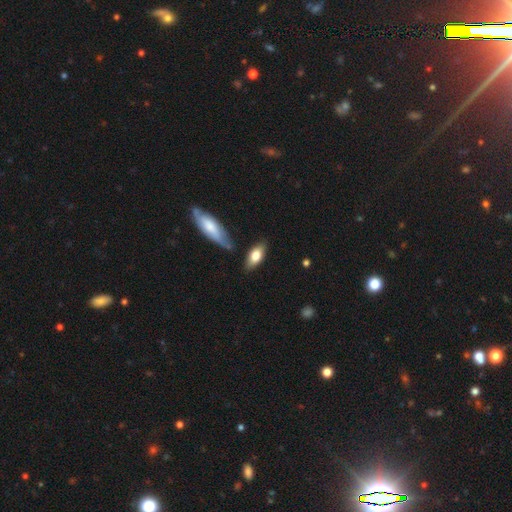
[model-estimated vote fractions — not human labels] The model was most divided on "smooth or featured": smooth: 75%, featured or disk: 19%, star or artifact: 6%. More confident: how rounded — in between (85%); merging — none (73%).